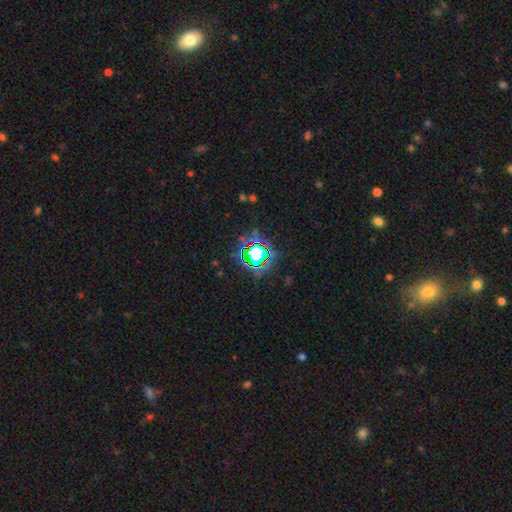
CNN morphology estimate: Smooth or featured?
  - star or artifact: 70% *
  - smooth: 19%
  - featured or disk: 11%